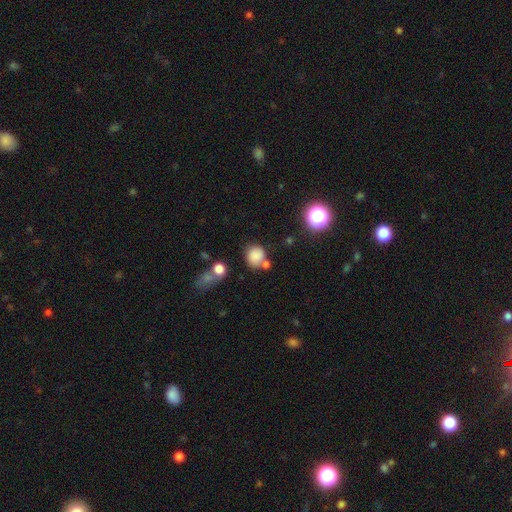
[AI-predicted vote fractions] This is clearly a smooth galaxy (82%). How rounded: clearly round (82%). Merging: possibly none (59%).